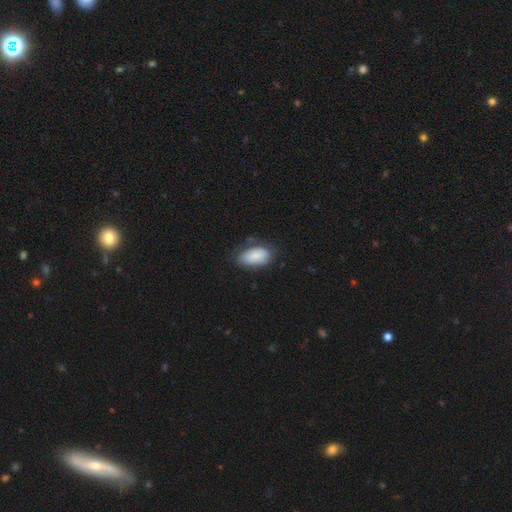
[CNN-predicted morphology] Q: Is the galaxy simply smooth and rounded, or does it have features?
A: smooth — 81%.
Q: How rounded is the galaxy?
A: in between — 93%.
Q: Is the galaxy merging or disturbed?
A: none — 55%.